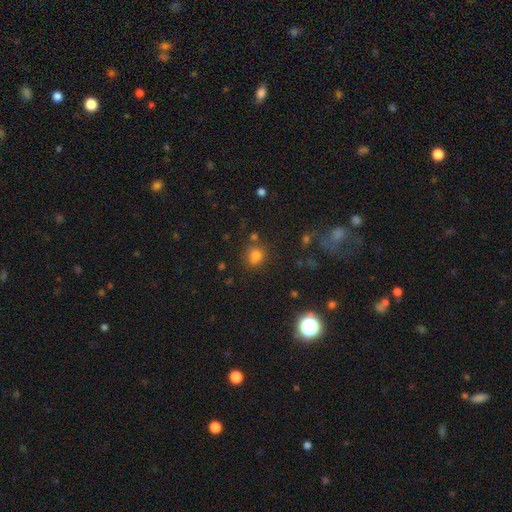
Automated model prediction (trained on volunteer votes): Smooth or featured: smooth — 75% (star or artifact — 17%)
How rounded: round — 70% (in between — 29%)
Merging: none — 68% (minor disturbance — 16%)